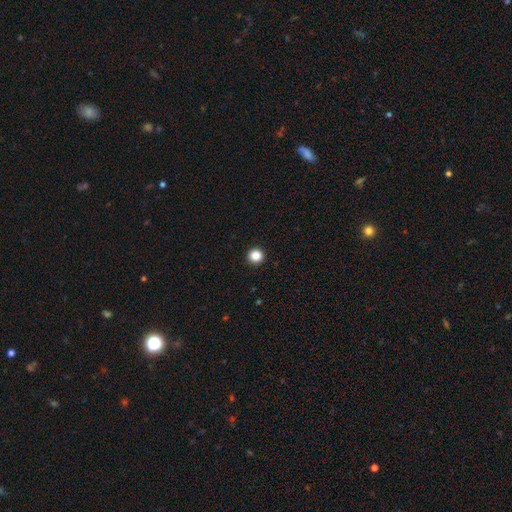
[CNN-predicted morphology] Smooth or featured? smooth (86%)
How rounded? round (95%)
Merging? none (94%)